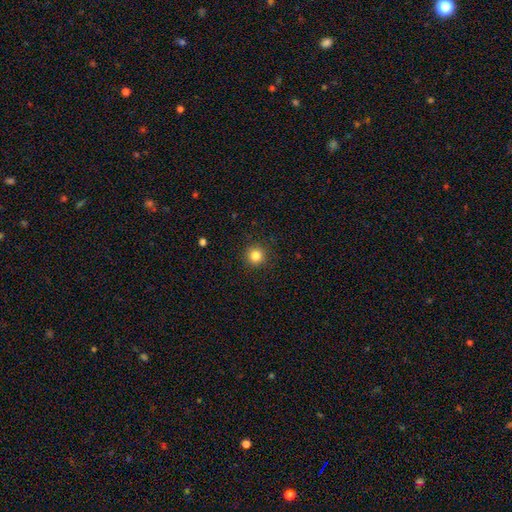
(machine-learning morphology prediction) Smooth or featured? Predicted: smooth (p=0.84). How rounded? Predicted: round (p=0.95). Merging? Predicted: none (p=0.92).